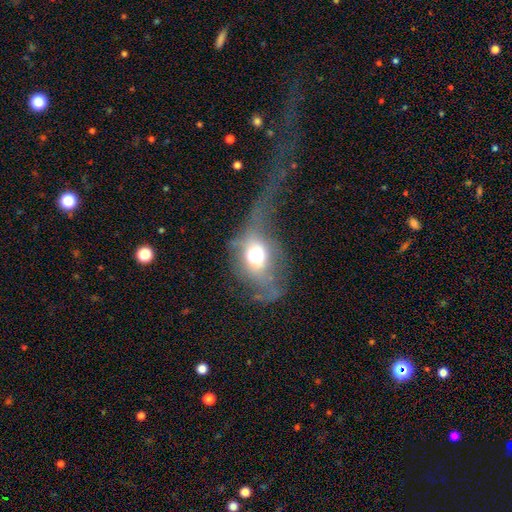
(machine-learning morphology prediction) A smooth galaxy with no disk features (47%).

Vote fractions:
- Smooth or featured? smooth: 47% / featured or disk: 40% / star or artifact: 13%
- Merging? major disturbance: 54% / none: 23% / minor disturbance: 18% / merger: 5%